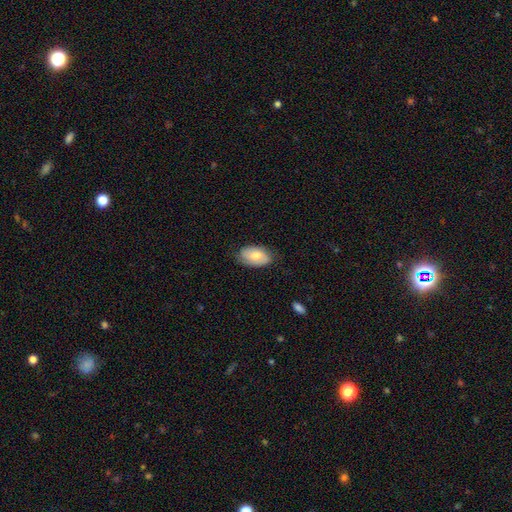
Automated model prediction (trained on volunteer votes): Smooth or featured? Predicted: smooth (p=0.67). How rounded? Predicted: in between (p=0.93). Merging? Predicted: none (p=0.74).